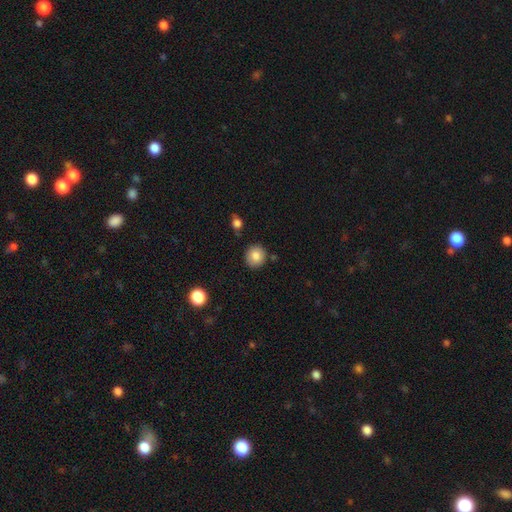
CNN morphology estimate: The model was most divided on "smooth or featured": smooth: 84%, star or artifact: 9%, featured or disk: 7%. More confident: how rounded — round (88%); merging — none (86%).